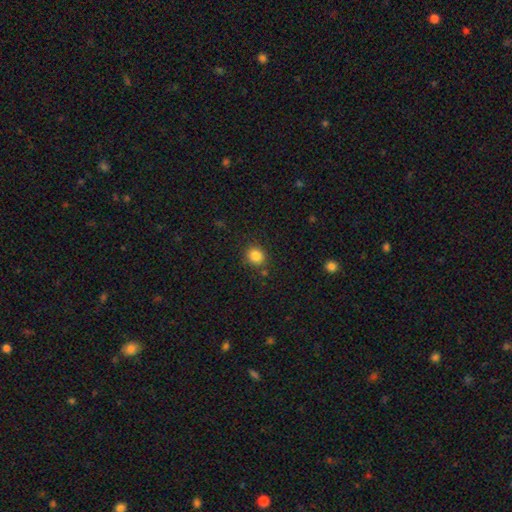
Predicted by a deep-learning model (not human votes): Morphology: type=smooth (84%); roundness=round (79%); merging=none (83%).